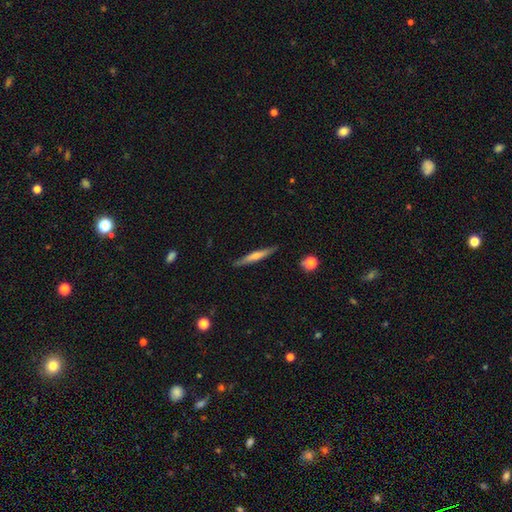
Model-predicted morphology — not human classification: smooth_or_featured: featured or disk (p=0.53) [alt: smooth p=0.41]
disk_edge_on: yes (p=0.96) [alt: no p=0.04]
edge_on_bulge: rounded (p=0.61) [alt: none p=0.31]
merging: none (p=0.89) [alt: minor disturbance p=0.08]